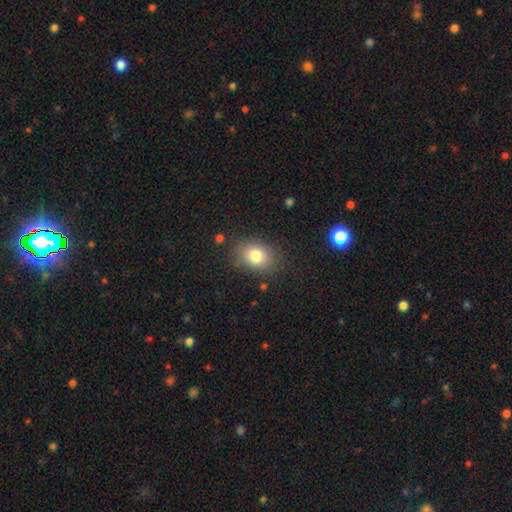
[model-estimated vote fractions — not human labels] Overall: smooth (80%). How rounded: in between (58%; round 41%). Merging: none (81%).